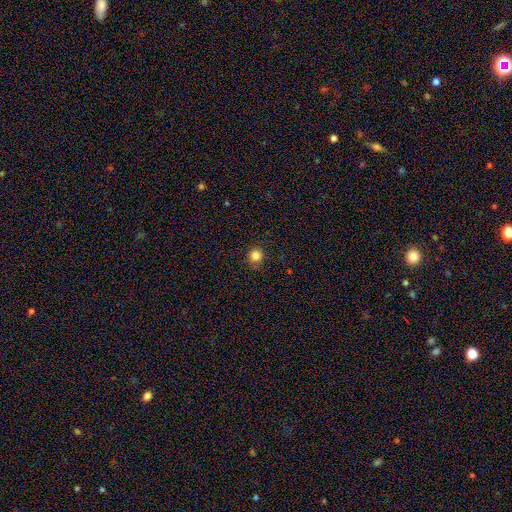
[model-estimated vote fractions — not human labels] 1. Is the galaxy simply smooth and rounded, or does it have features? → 83% smooth, 13% star or artifact, 4% featured or disk.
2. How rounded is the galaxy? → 90% round, 10% in between, 1% cigar-shaped.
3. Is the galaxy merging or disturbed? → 86% none, 10% minor disturbance, 3% major disturbance, 1% merger.